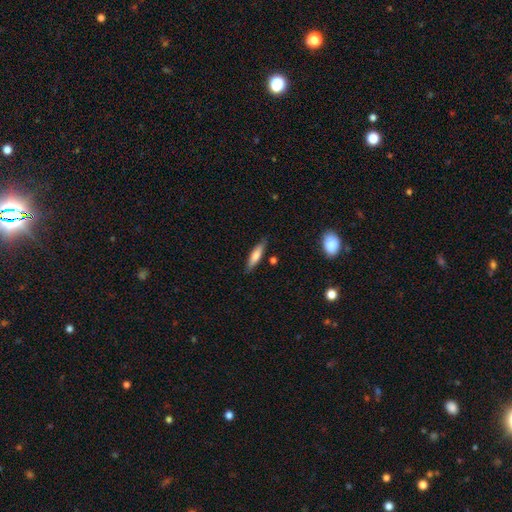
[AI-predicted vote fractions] The model was most divided on "how rounded": cigar-shaped: 70%, in between: 28%, round: 2%. More confident: merging — none (83%); smooth or featured — smooth (71%).